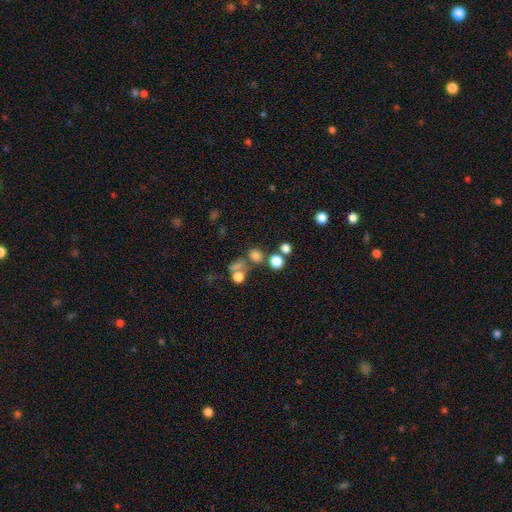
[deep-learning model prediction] Morphology: type=smooth (71%); roundness=round (77%); merging=none (60%).